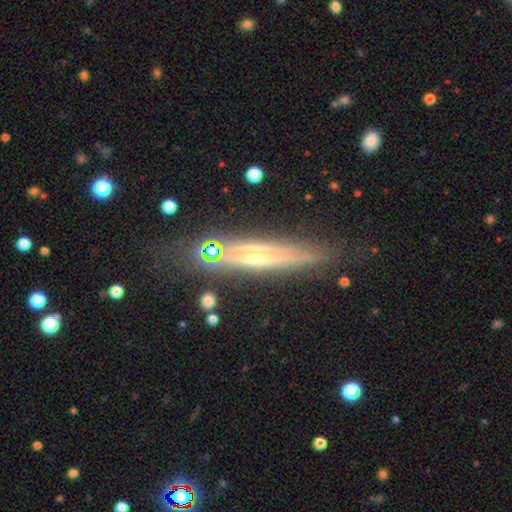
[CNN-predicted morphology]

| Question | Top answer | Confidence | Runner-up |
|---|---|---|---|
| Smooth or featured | featured or disk | 68% | smooth (22%) |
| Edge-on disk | yes | 88% | no (12%) |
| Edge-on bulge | rounded | 48% | none (42%) |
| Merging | none | 76% | minor disturbance (16%) |